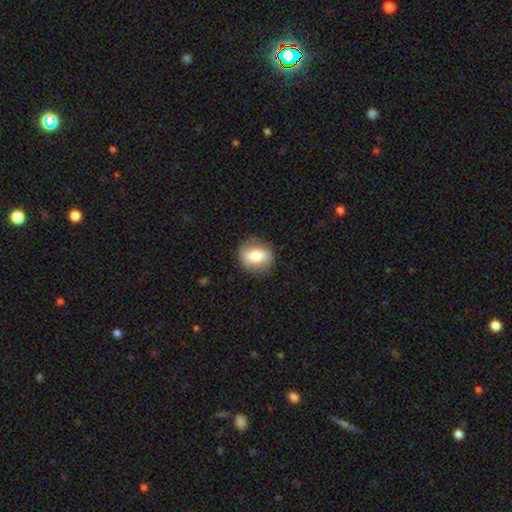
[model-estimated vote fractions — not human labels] Overall: smooth (68%). How rounded: round (60%; in between 38%). Merging: none (84%).